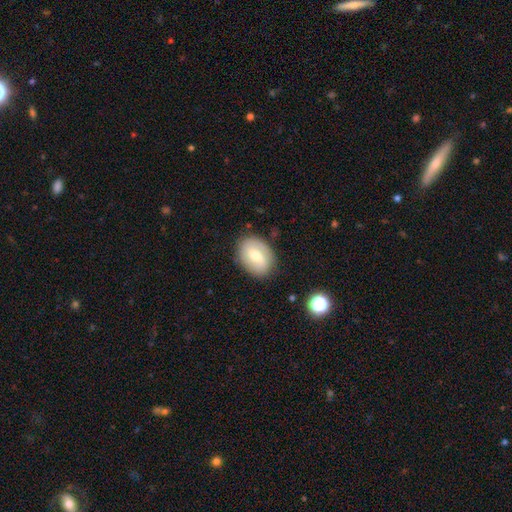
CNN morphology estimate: A smooth galaxy with no disk features (55%) that is in between round and cigar-shaped (74%). Merging: none (83%).